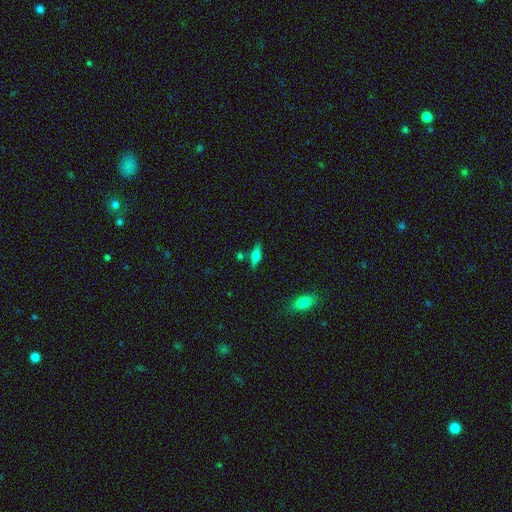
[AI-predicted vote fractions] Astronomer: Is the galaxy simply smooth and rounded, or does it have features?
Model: smooth — 54% (runner-up: featured or disk, 38%).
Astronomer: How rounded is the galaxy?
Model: in between — 49% (runner-up: cigar-shaped, 48%).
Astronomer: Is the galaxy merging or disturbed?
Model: none — 77%.